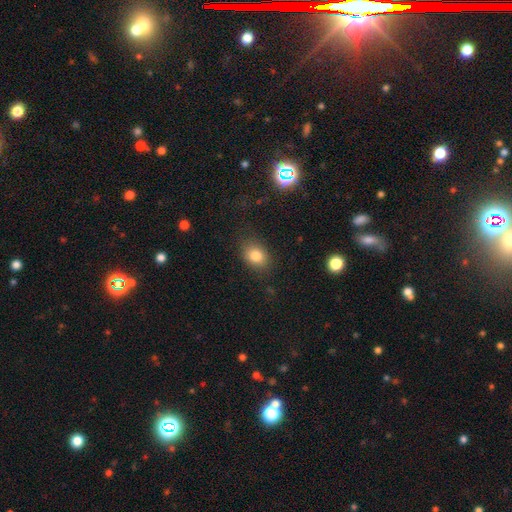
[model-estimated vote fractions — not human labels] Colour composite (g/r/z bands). It shows a smooth galaxy with no disk features (82%) that is in between round and cigar-shaped (63%). Merging: none (80%).